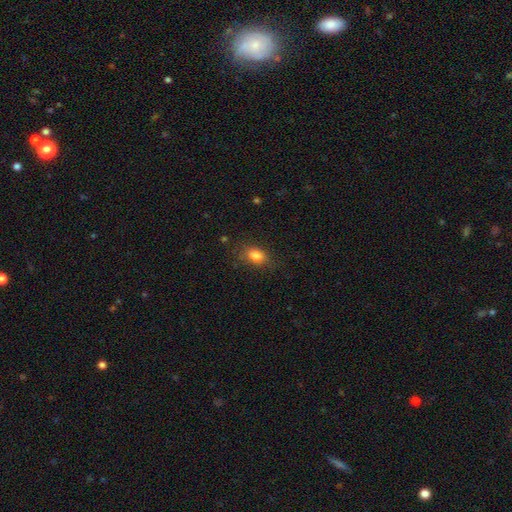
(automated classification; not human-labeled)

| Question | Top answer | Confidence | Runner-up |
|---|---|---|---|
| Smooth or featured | smooth | 83% | star or artifact (10%) |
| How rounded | in between | 82% | round (15%) |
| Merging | none | 79% | minor disturbance (15%) |